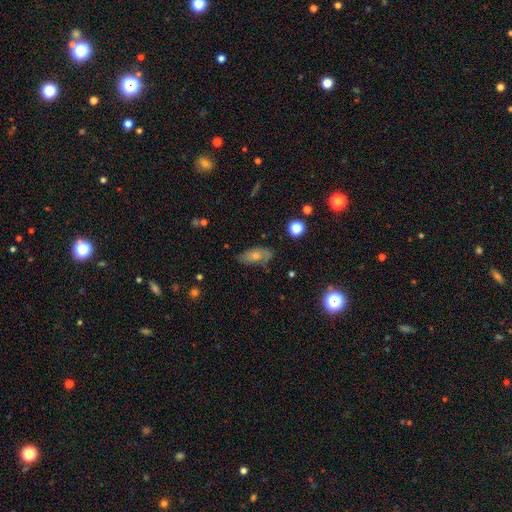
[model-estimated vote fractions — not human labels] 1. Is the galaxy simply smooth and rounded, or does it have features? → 56% smooth, 34% featured or disk, 10% star or artifact.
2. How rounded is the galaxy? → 85% in between, 9% cigar-shaped, 5% round.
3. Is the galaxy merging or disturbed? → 58% none, 28% minor disturbance, 10% major disturbance, 3% merger.